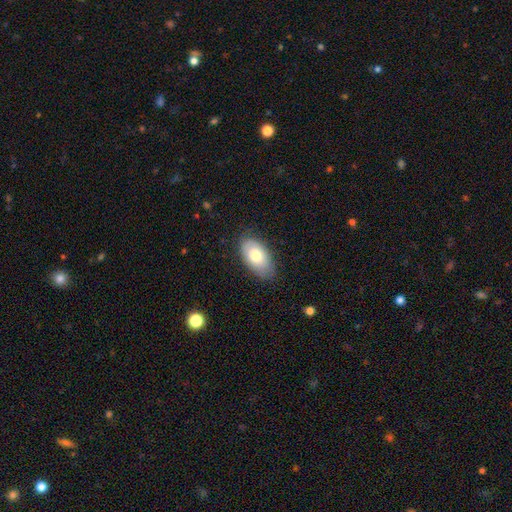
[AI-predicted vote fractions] smooth_or_featured: smooth (p=0.74) [alt: featured or disk p=0.19]
how_rounded: in between (p=0.94) [alt: round p=0.04]
merging: none (p=0.79) [alt: minor disturbance p=0.17]